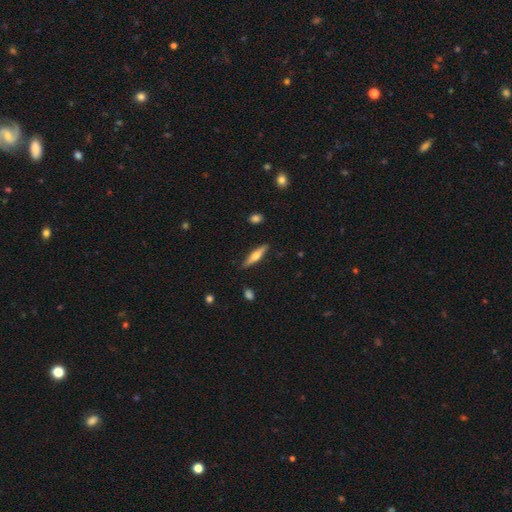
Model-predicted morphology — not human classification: The model was most divided on "smooth or featured": featured or disk: 49%, smooth: 46%, star or artifact: 6%. More confident: merging — none (88%).